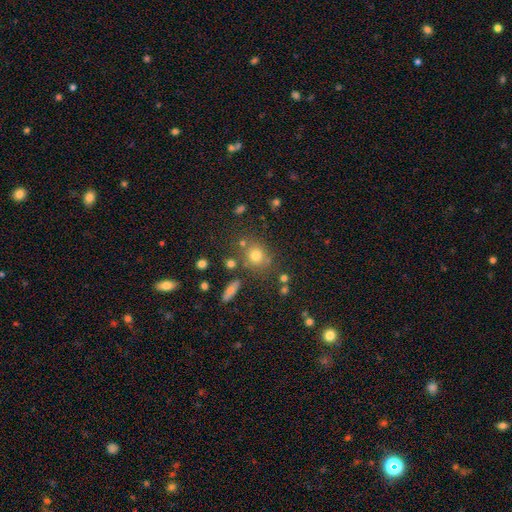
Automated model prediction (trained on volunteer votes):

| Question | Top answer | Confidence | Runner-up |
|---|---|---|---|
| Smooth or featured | smooth | 72% | star or artifact (17%) |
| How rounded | round | 76% | in between (23%) |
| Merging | none | 73% | minor disturbance (12%) |